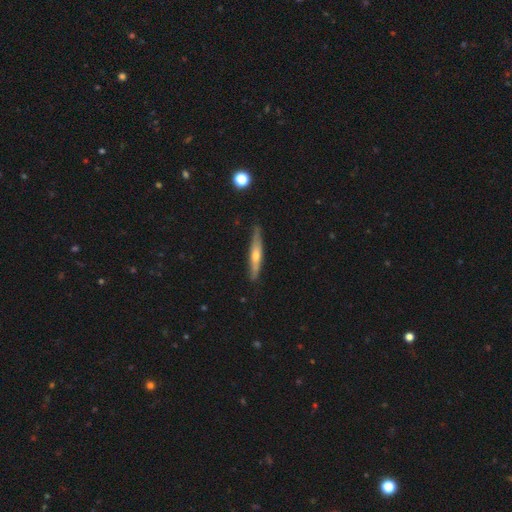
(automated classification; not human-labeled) Smooth or featured? featured or disk (56%)
Edge-on disk? yes (92%)
Edge-on bulge? rounded (80%)
Merging? none (85%)